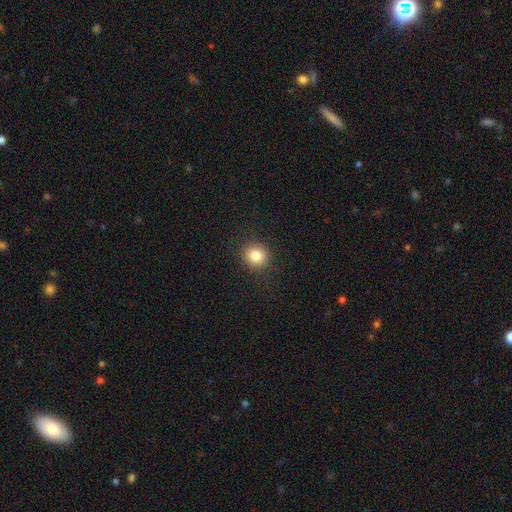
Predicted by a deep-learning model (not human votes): Q: Smooth or featured?
A: smooth (83%); runner-up: star or artifact (11%)
Q: How rounded?
A: round (90%); runner-up: in between (9%)
Q: Merging?
A: none (91%); runner-up: minor disturbance (6%)